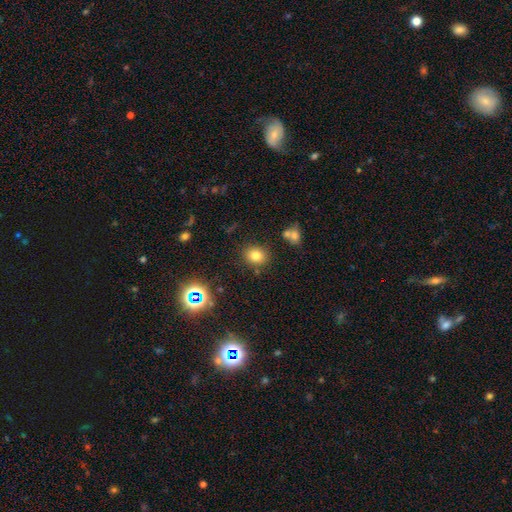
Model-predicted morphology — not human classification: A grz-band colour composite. It shows a smooth galaxy with no disk features (77%) that is round (69%). Merging: none (83%).